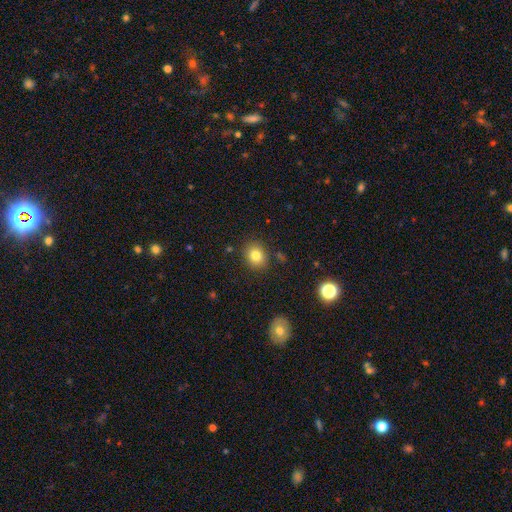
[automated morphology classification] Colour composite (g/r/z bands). It shows a smooth galaxy with no disk features (81%) that is round (66%). Merging: none (85%).